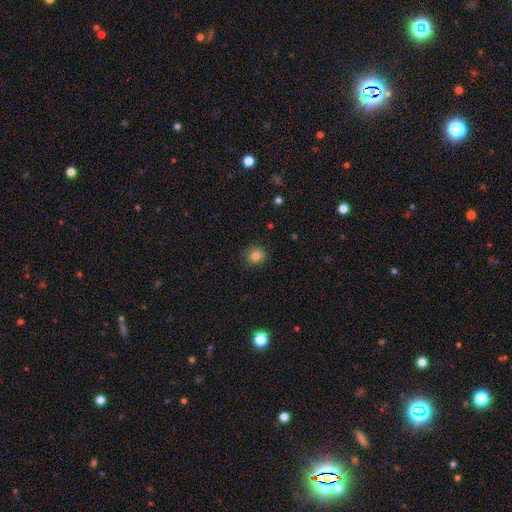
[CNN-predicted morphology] smooth 82%, star or artifact 12%, featured or disk 6%. Down the decision tree: how rounded — round (81%); merging — none (84%).